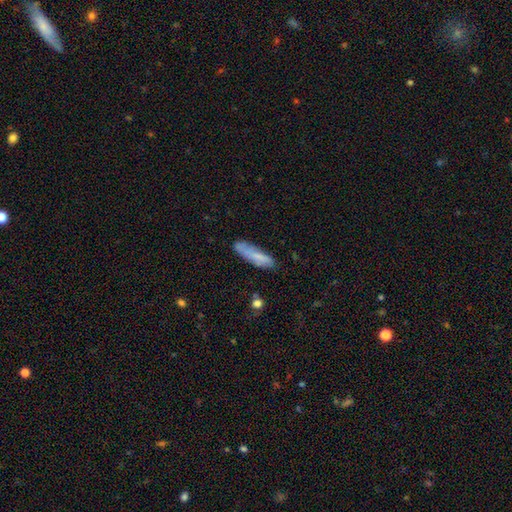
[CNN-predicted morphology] Smooth or featured: smooth — 69% (featured or disk — 23%)
How rounded: cigar-shaped — 72% (in between — 26%)
Merging: none — 71% (minor disturbance — 21%)